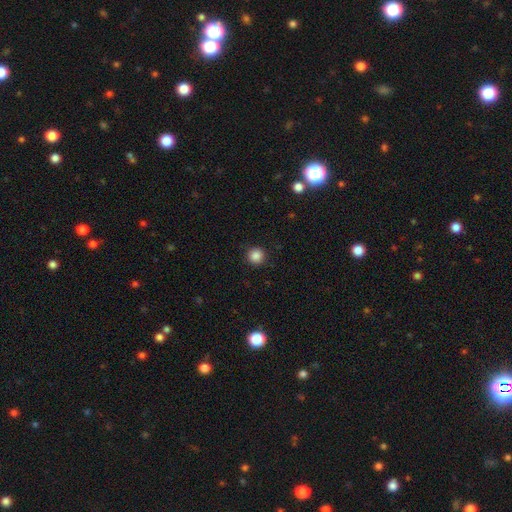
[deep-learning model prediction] Smooth or featured? Predicted: smooth (p=0.86). How rounded? Predicted: round (p=0.95). Merging? Predicted: none (p=0.91).